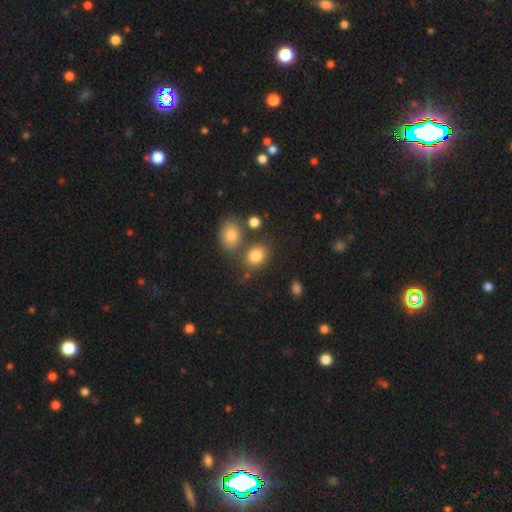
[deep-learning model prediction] Smooth or featured: smooth — 82% (star or artifact — 11%)
How rounded: in between — 50% (round — 49%)
Merging: none — 66% (merger — 17%)